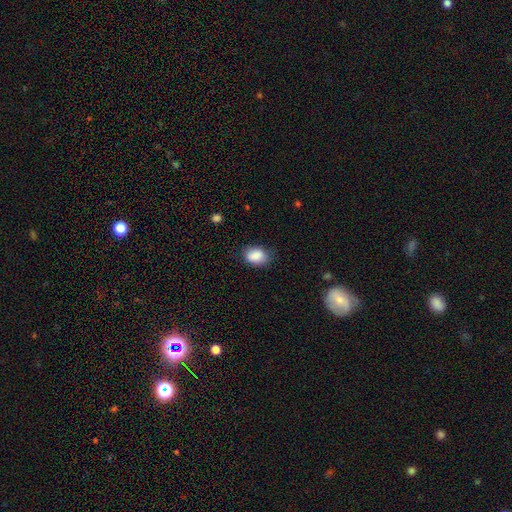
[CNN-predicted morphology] smooth 87%, star or artifact 8%, featured or disk 5%. Down the decision tree: how rounded — in between (78%); merging — none (73%).